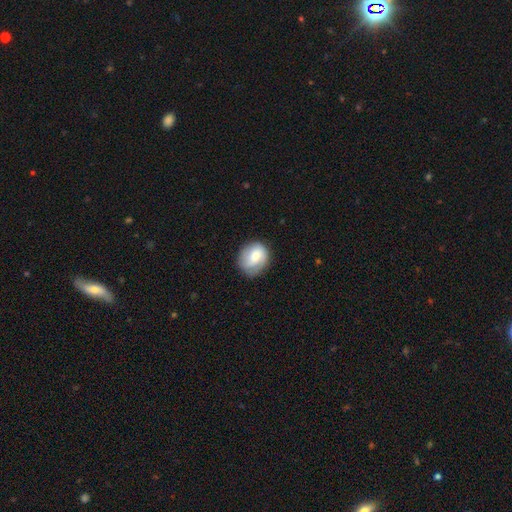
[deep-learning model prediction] The model was most divided on "how rounded": round: 64%, in between: 35%, cigar-shaped: 1%. More confident: merging — none (71%); smooth or featured — smooth (64%).